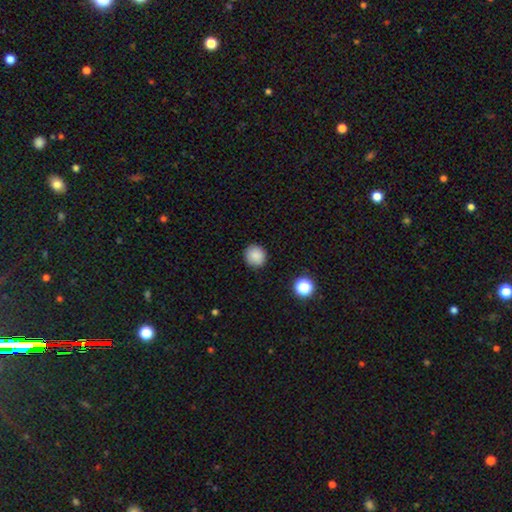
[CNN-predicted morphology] A smooth galaxy with no disk features (86%) that is round (90%). Merging: none (91%).